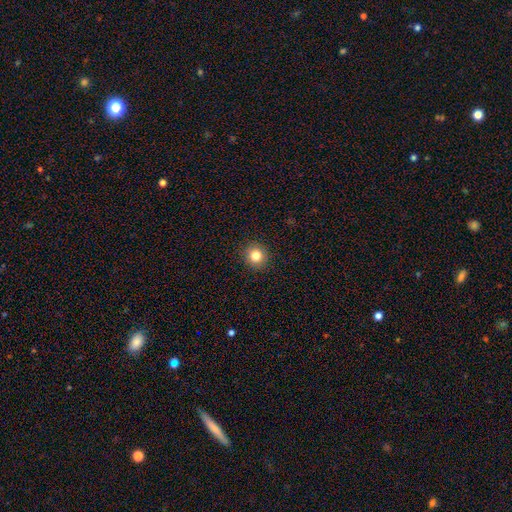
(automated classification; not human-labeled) Smooth or featured? smooth (83%)
How rounded? round (92%)
Merging? none (92%)